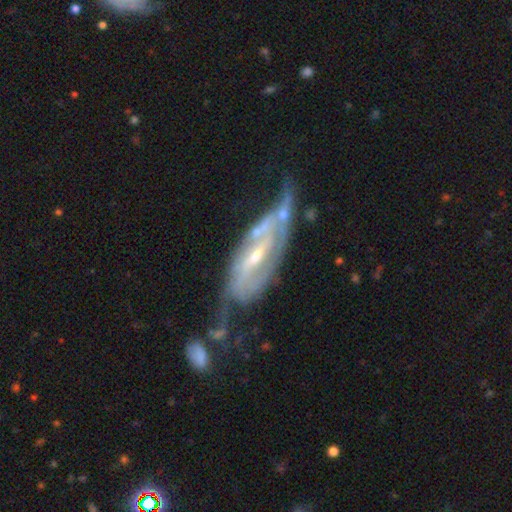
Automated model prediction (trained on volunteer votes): A featured or disk galaxy (86%) with a strong bar (40%), 2 (63%) tight (43%) spiral arms (89%) and a small central bulge (54%).

Vote fractions:
- Smooth or featured? featured or disk: 86% / smooth: 9% / star or artifact: 6%
- Edge-on disk? no: 87% / yes: 13%
- Bar? strong: 40% / weak: 39% / no: 20%
- Spiral arms? yes: 89% / no: 11%
- Spiral winding? tight: 43% / medium: 38% / loose: 19%
- Spiral arm count? 2: 63% / can't tell: 24% / 3: 5% / 1: 5% / 4: 2% / more than 4: 2%
- Bulge size? small: 54% / moderate: 40% / none: 2% / large: 2% / dominant: 1%
- Merging? none: 36% / minor disturbance: 26% / major disturbance: 23% / merger: 15%